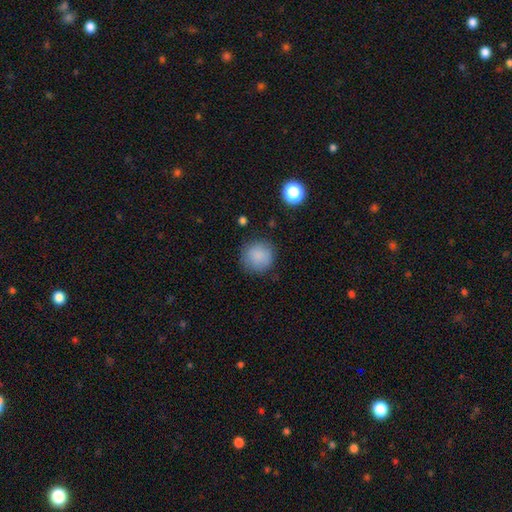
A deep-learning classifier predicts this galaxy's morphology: This appears to be a smooth galaxy with no disk features (85%) that is round (92%). Merging: none (84%).